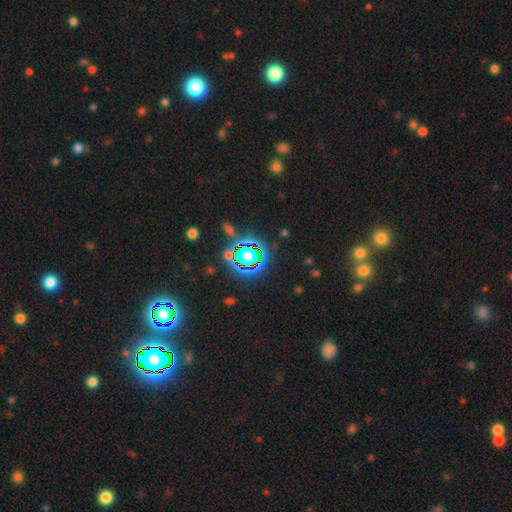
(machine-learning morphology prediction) type=star or artifact (74%).